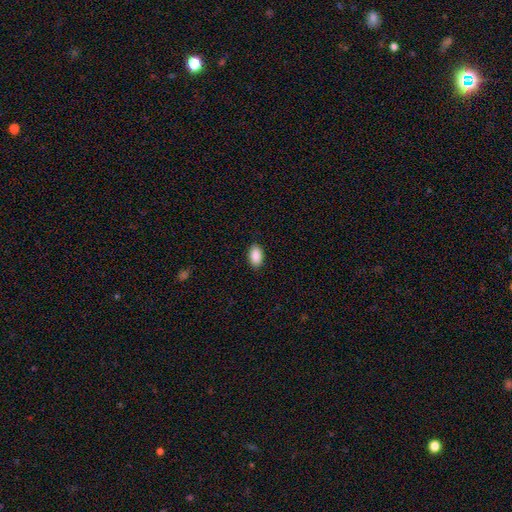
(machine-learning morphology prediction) Smooth or featured? Predicted: smooth (p=0.90). How rounded? Predicted: in between (p=0.94). Merging? Predicted: none (p=0.89).